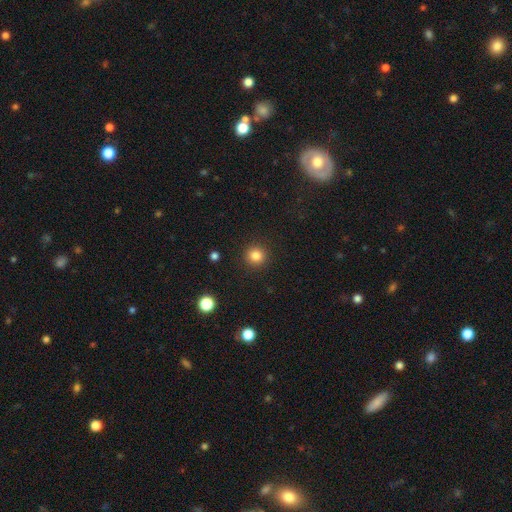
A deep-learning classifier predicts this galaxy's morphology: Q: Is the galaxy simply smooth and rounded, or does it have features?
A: smooth — 83%.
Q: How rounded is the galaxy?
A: round — 94%.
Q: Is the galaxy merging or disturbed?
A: none — 92%.